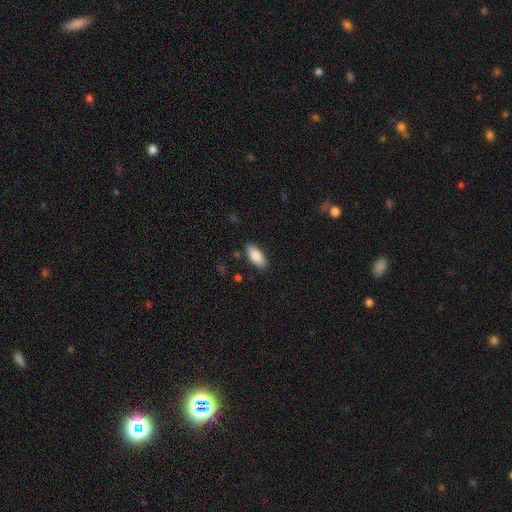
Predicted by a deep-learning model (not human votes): Smooth or featured?
  - smooth: 85% *
  - featured or disk: 9%
  - star or artifact: 6%
How rounded?
  - in between: 84% *
  - cigar-shaped: 14%
  - round: 2%
Merging?
  - none: 86% *
  - minor disturbance: 10%
  - major disturbance: 2%
  - merger: 1%